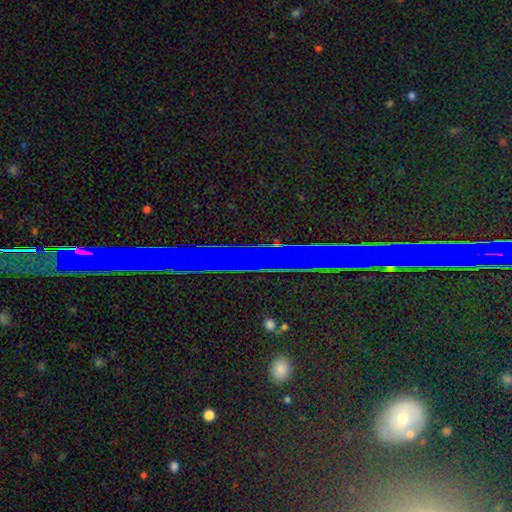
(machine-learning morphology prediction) Smooth or featured? Predicted: star or artifact (p=0.77).